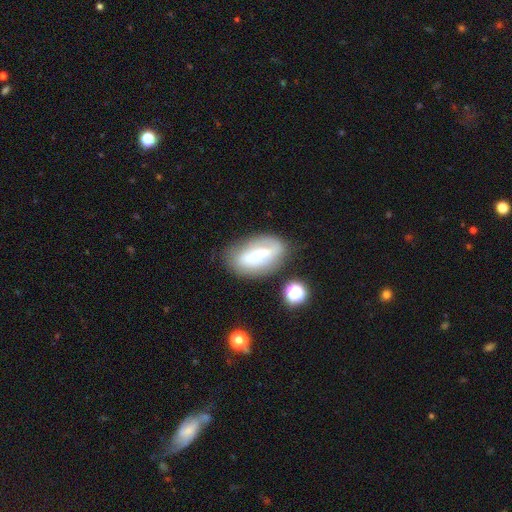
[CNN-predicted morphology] Smooth or featured? Predicted: featured or disk (p=0.53). Edge-on disk? Predicted: no (p=0.68). Merging? Predicted: none (p=0.73).